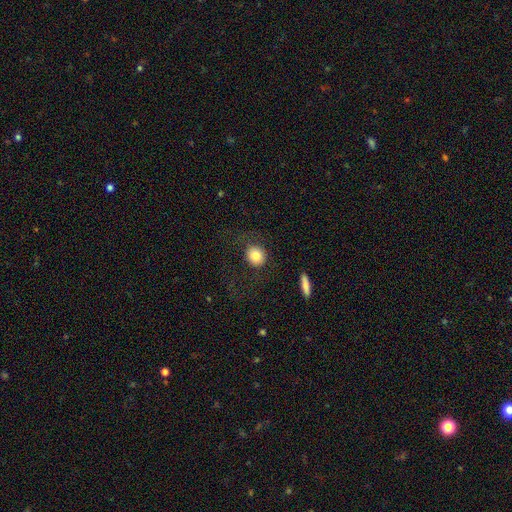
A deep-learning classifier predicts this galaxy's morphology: Q: Smooth or featured?
A: smooth (81%); runner-up: featured or disk (10%)
Q: How rounded?
A: round (85%); runner-up: in between (14%)
Q: Merging?
A: none (74%); runner-up: major disturbance (13%)